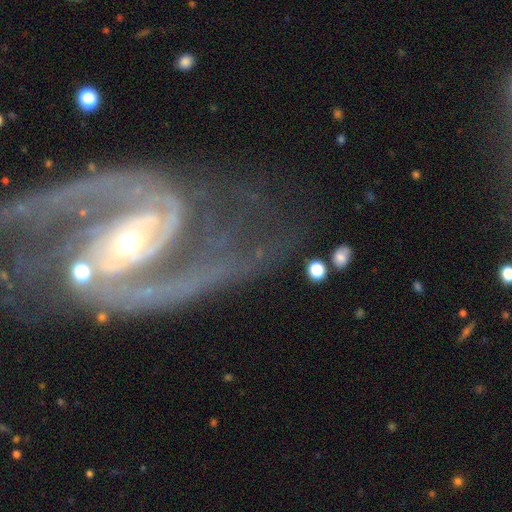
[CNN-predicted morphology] Smooth or featured?
  - featured or disk: 90% *
  - star or artifact: 5%
  - smooth: 4%
Edge-on disk?
  - no: 97% *
  - yes: 3%
Bar?
  - no: 41% *
  - weak: 33%
  - strong: 26%
Spiral arms?
  - yes: 96% *
  - no: 4%
Spiral winding?
  - medium: 46% *
  - tight: 36%
  - loose: 18%
Spiral arm count?
  - 2: 76% *
  - can't tell: 8%
  - 3: 6%
  - 1: 5%
  - 4: 3%
  - more than 4: 3%
Bulge size?
  - moderate: 59% *
  - small: 34%
  - large: 5%
  - none: 1%
  - dominant: 1%
Merging?
  - none: 47% *
  - major disturbance: 27%
  - minor disturbance: 19%
  - merger: 7%